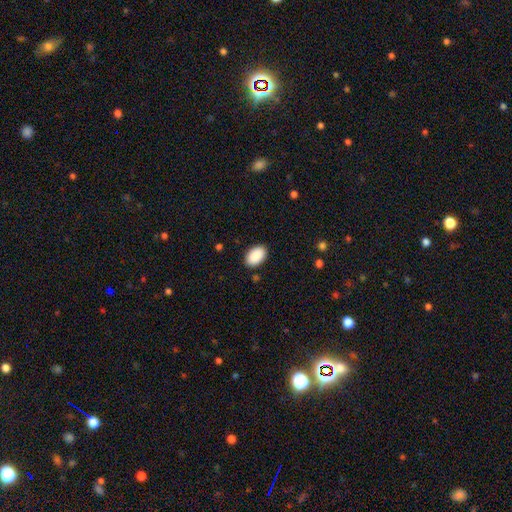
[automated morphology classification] type=smooth (91%); roundness=in between (93%); merging=none (89%).